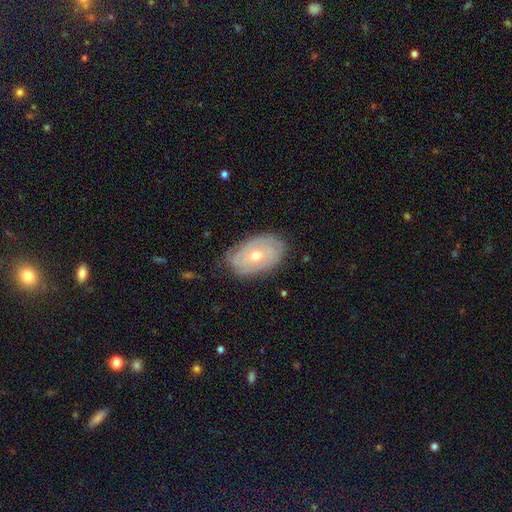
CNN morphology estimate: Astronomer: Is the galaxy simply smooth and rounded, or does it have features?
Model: featured or disk — 58% (runner-up: smooth, 35%).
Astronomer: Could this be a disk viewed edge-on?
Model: no — 91%.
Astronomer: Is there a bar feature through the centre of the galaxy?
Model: no — 85%.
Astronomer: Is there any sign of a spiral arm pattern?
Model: yes — 56% (runner-up: no, 44%).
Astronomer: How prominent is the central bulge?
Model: moderate — 60% (runner-up: small, 36%).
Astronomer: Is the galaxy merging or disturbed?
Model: none — 75%.